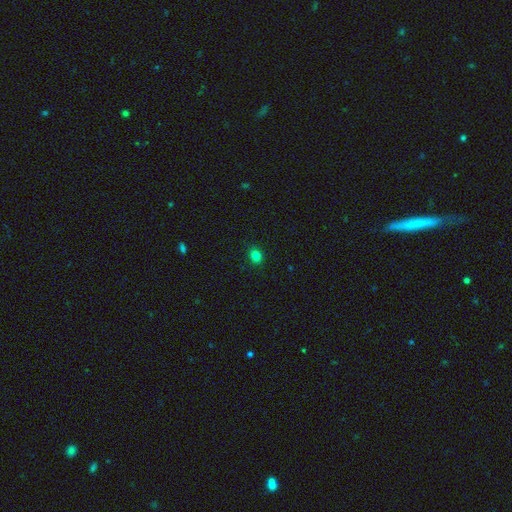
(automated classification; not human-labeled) A smooth galaxy with no disk features (82%) that is round (53%).

Vote fractions:
- Smooth or featured? smooth: 82% / star or artifact: 14% / featured or disk: 5%
- How rounded? round: 53% / in between: 46% / cigar-shaped: 1%
- Merging? none: 90% / minor disturbance: 7% / major disturbance: 2% / merger: 1%